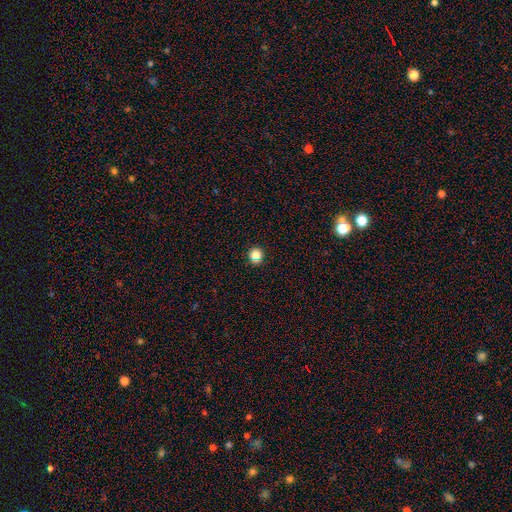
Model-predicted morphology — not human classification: Smooth or featured?
  - smooth: 79% *
  - star or artifact: 15%
  - featured or disk: 5%
How rounded?
  - round: 93% *
  - in between: 6%
  - cigar-shaped: 1%
Merging?
  - none: 90% *
  - minor disturbance: 5%
  - merger: 3%
  - major disturbance: 2%